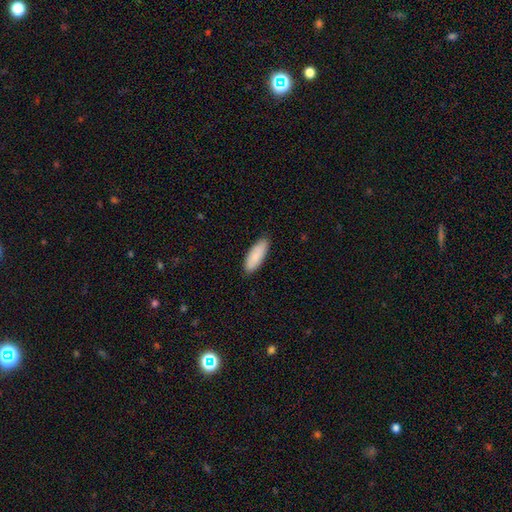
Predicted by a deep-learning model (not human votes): smooth_or_featured: smooth (p=0.88) [alt: featured or disk p=0.07]
how_rounded: in between (p=0.69) [alt: cigar-shaped p=0.30]
merging: none (p=0.87) [alt: minor disturbance p=0.10]